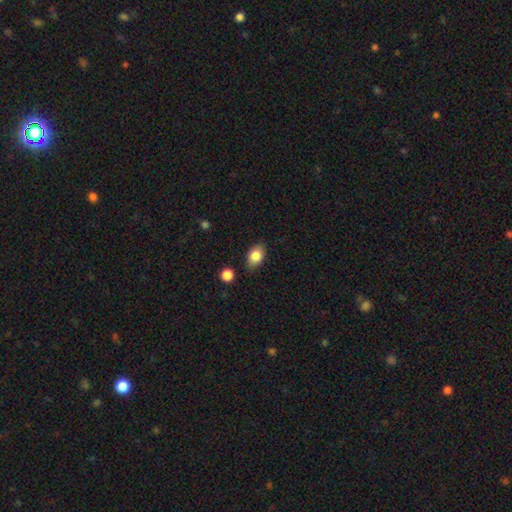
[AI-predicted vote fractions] smooth_or_featured: smooth (p=0.83) [alt: featured or disk p=0.09]
how_rounded: in between (p=0.81) [alt: round p=0.18]
merging: none (p=0.81) [alt: minor disturbance p=0.14]